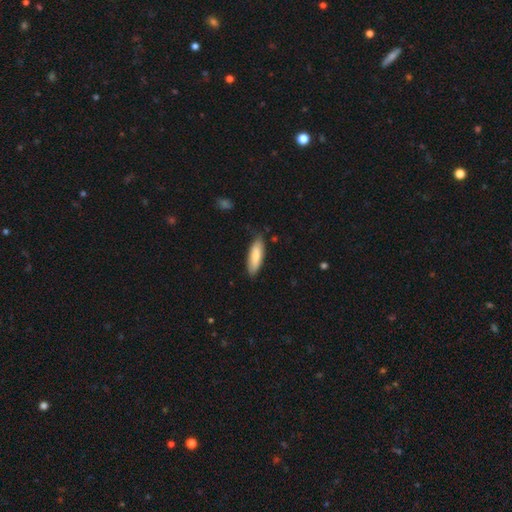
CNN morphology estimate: Overall: smooth (81%). How rounded: in between (51%; cigar-shaped 48%). Merging: none (75%).